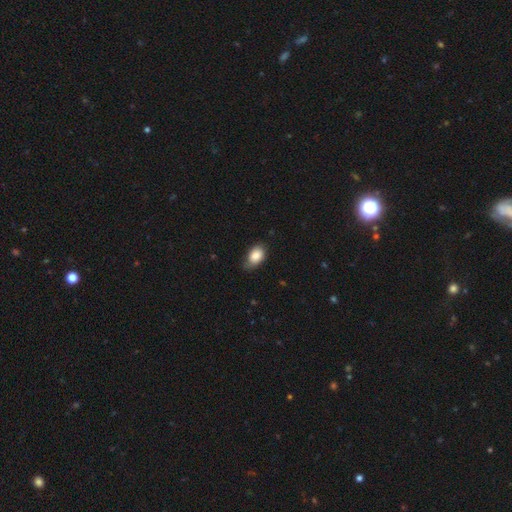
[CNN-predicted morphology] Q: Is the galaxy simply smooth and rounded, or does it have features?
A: smooth — 83%.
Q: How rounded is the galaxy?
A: in between — 88%.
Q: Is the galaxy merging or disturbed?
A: none — 59%.